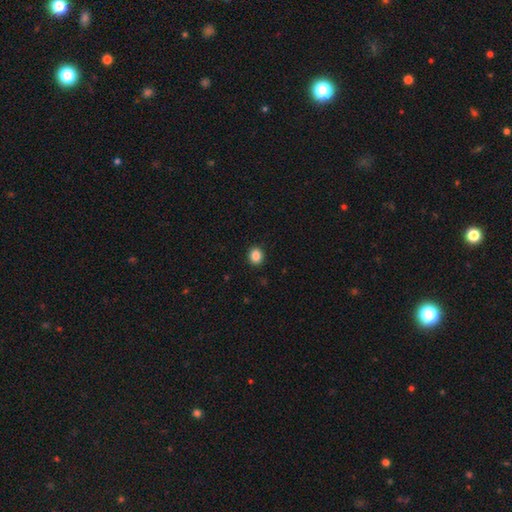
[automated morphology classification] smooth-or-featured: smooth: 87% | star or artifact: 10% | featured or disk: 3%
  how-rounded: round: 75% | in between: 24% | cigar-shaped: 1%
  merging: none: 92% | minor disturbance: 5% | major disturbance: 2% | merger: 1%